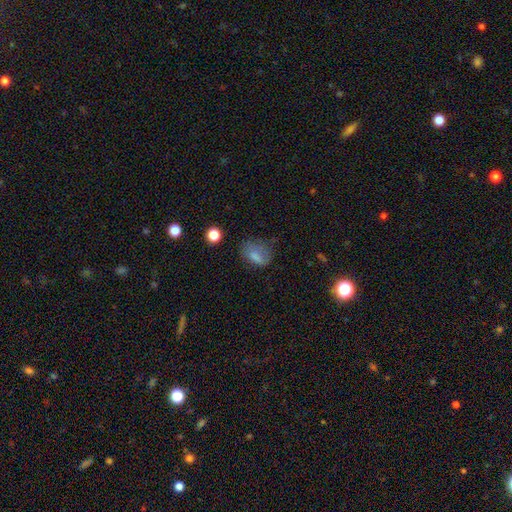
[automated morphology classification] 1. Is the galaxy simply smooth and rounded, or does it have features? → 74% smooth, 13% featured or disk, 13% star or artifact.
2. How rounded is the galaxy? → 75% in between, 23% round, 3% cigar-shaped.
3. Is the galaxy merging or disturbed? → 47% none, 29% minor disturbance, 21% major disturbance, 3% merger.